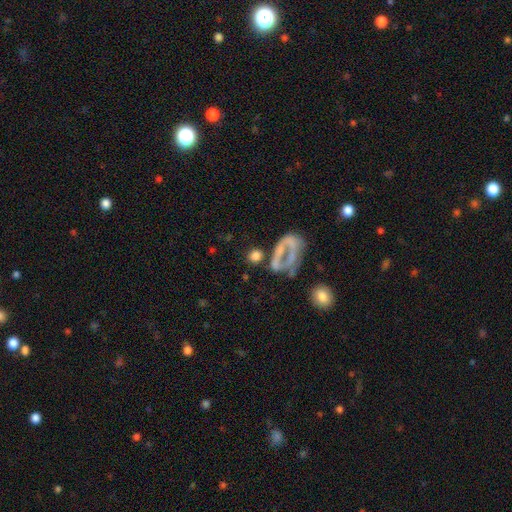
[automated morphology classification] This is likely a smooth galaxy (65%). How rounded: likely round (74%). Merging: possibly none (55%).